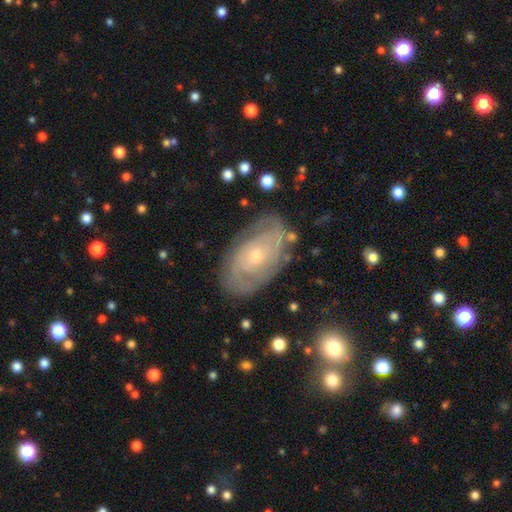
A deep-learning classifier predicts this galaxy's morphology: The model was most divided on "spiral arm count": 2: 47%, can't tell: 32%, 3: 9%, 4: 4%, 1: 4%, more than 4: 3%. More confident: edge-on disk — no (95%); spiral arms — yes (91%); smooth or featured — featured or disk (81%); merging — none (77%); bar — no (71%); bulge size — small (66%); spiral winding — tight (66%).